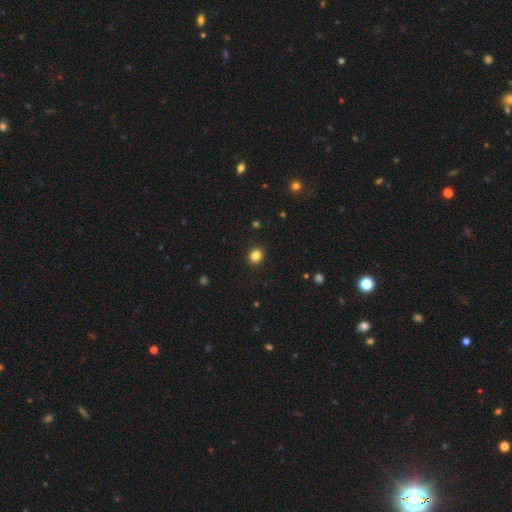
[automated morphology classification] Smooth or featured? Predicted: smooth (p=0.84). How rounded? Predicted: round (p=0.67). Merging? Predicted: none (p=0.91).